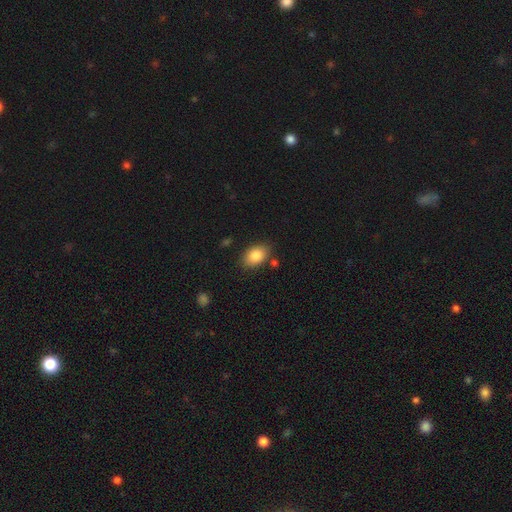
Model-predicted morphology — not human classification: The model was most divided on "merging": none: 81%, minor disturbance: 13%, merger: 4%, major disturbance: 3%. More confident: how rounded — in between (85%); smooth or featured — smooth (85%).